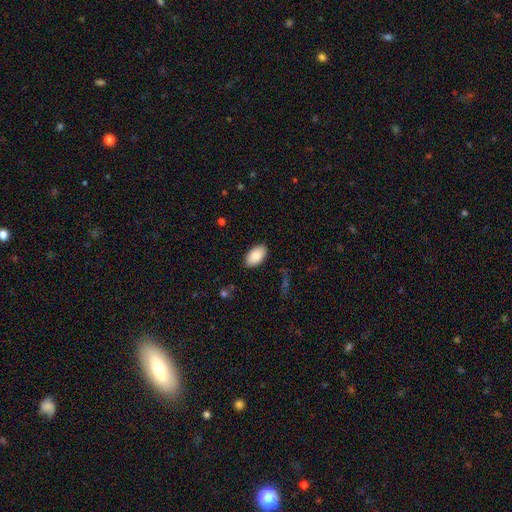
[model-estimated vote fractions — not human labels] Smooth or featured?
  - smooth: 88% *
  - star or artifact: 6%
  - featured or disk: 6%
How rounded?
  - in between: 95% *
  - round: 4%
  - cigar-shaped: 1%
Merging?
  - none: 87% *
  - minor disturbance: 9%
  - major disturbance: 2%
  - merger: 1%